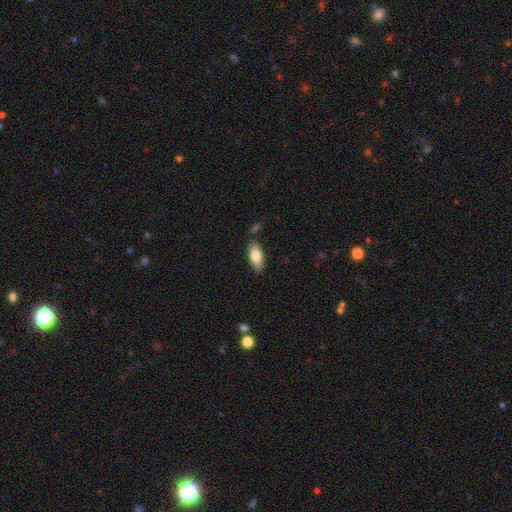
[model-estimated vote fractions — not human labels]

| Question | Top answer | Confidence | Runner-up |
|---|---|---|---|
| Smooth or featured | smooth | 79% | featured or disk (14%) |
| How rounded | in between | 86% | cigar-shaped (11%) |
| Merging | none | 81% | minor disturbance (13%) |